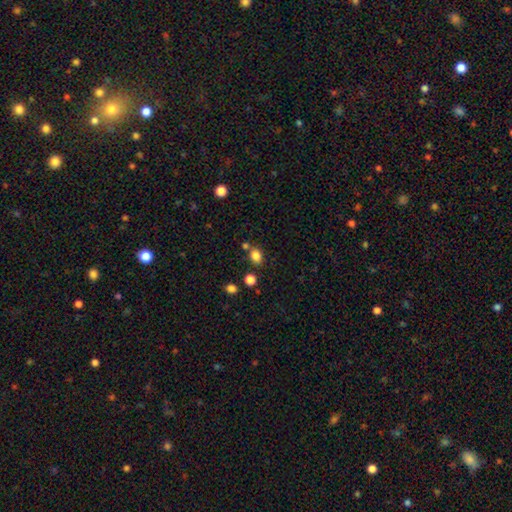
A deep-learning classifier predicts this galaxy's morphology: Smooth or featured? smooth (83%)
How rounded? in between (53%)
Merging? none (73%)